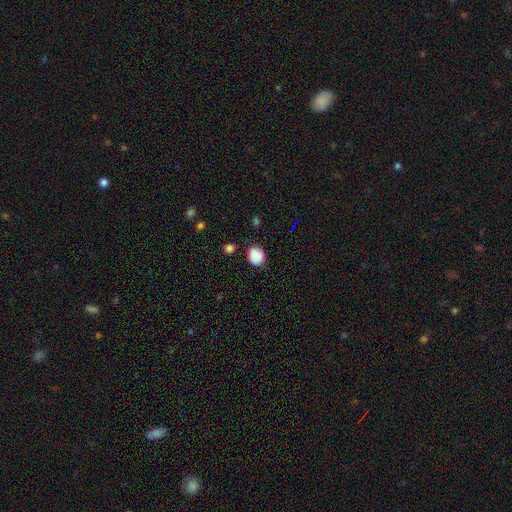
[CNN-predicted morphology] Overall: smooth (85%). How rounded: round (66%; in between 33%). Merging: none (73%).